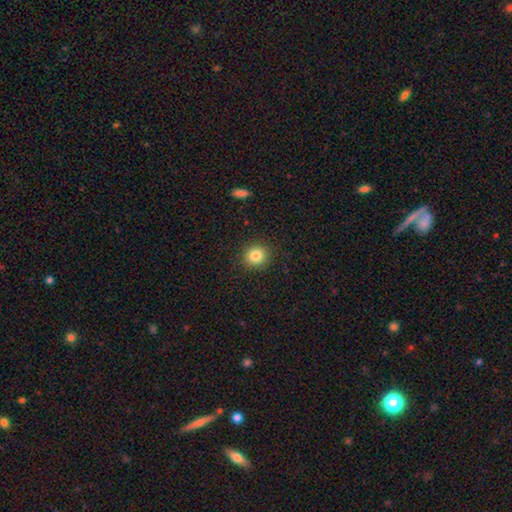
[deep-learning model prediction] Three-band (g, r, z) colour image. It shows a smooth galaxy with no disk features (83%) that is round (89%). Merging: none (90%).